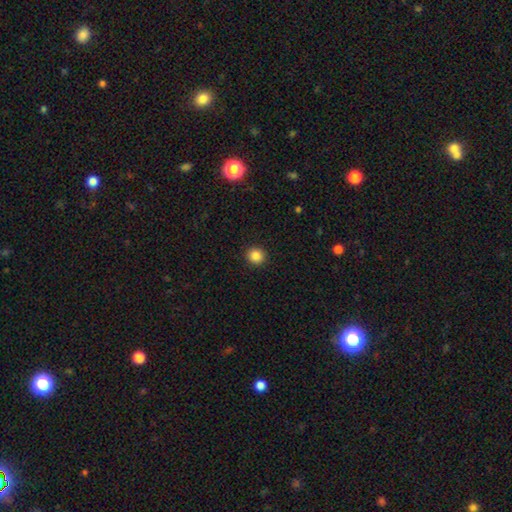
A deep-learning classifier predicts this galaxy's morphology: Smooth or featured? smooth (86%)
How rounded? round (92%)
Merging? none (93%)